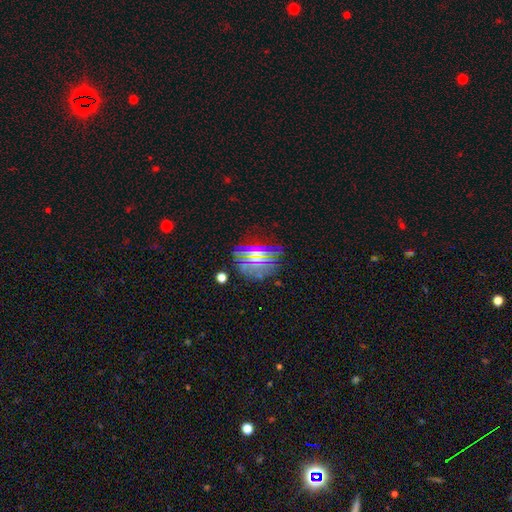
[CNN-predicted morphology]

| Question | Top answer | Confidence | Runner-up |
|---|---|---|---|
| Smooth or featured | star or artifact | 48% | smooth (30%) |